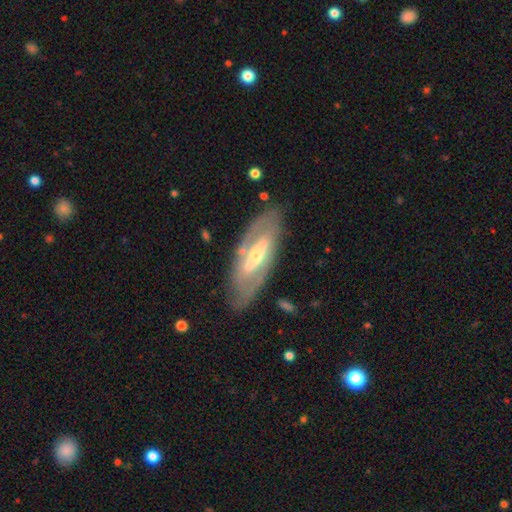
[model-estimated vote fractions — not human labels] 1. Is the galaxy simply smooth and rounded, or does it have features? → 77% featured or disk, 18% smooth, 5% star or artifact.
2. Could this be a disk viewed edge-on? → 84% no, 16% yes.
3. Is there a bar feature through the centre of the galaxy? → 58% strong, 25% weak, 17% no.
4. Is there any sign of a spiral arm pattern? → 60% yes, 40% no.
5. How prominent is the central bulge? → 51% small, 43% moderate, 4% large, 1% none, 1% dominant.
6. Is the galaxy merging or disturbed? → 78% none, 14% minor disturbance, 5% major disturbance, 2% merger.